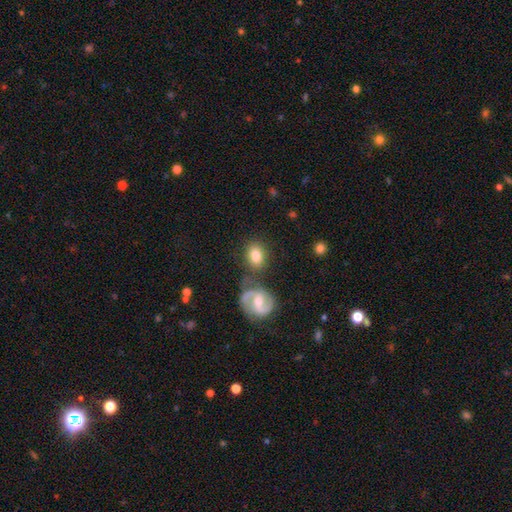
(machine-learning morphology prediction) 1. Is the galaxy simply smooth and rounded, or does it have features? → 73% smooth, 20% featured or disk, 7% star or artifact.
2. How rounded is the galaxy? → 58% in between, 40% round, 2% cigar-shaped.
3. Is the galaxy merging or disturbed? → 70% none, 13% minor disturbance, 13% merger, 4% major disturbance.